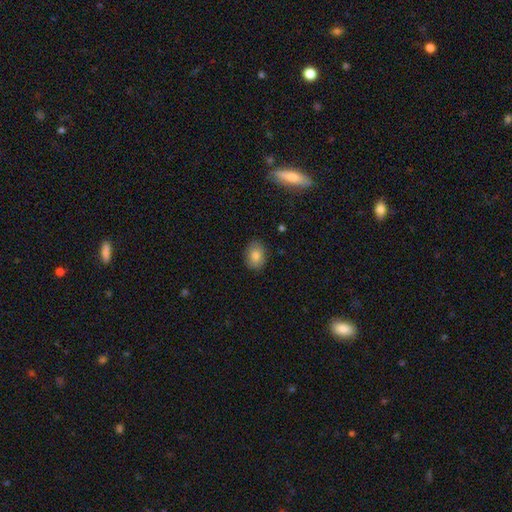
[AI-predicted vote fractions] Q: Smooth or featured?
A: smooth (82%); runner-up: featured or disk (9%)
Q: How rounded?
A: in between (67%); runner-up: round (32%)
Q: Merging?
A: none (84%); runner-up: minor disturbance (12%)